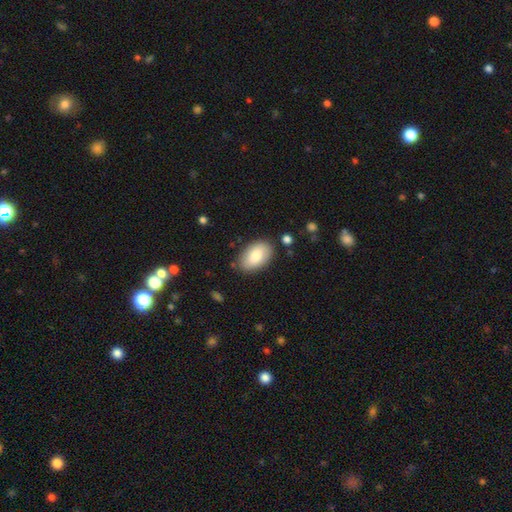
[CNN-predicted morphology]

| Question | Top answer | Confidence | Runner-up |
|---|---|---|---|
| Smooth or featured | smooth | 79% | featured or disk (15%) |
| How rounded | in between | 92% | round (6%) |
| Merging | none | 83% | minor disturbance (12%) |